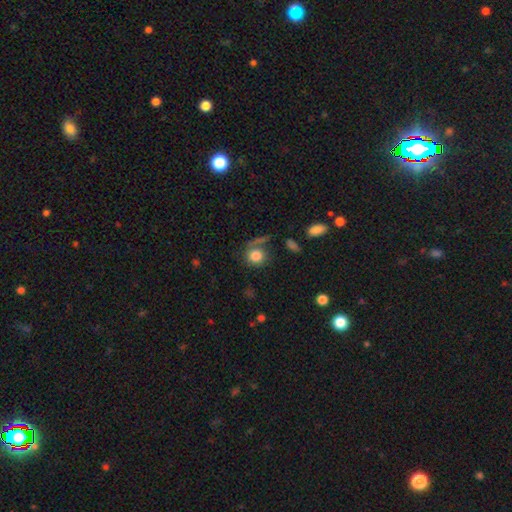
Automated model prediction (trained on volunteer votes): Smooth or featured? Predicted: smooth (p=0.80). How rounded? Predicted: round (p=0.82). Merging? Predicted: none (p=0.55).